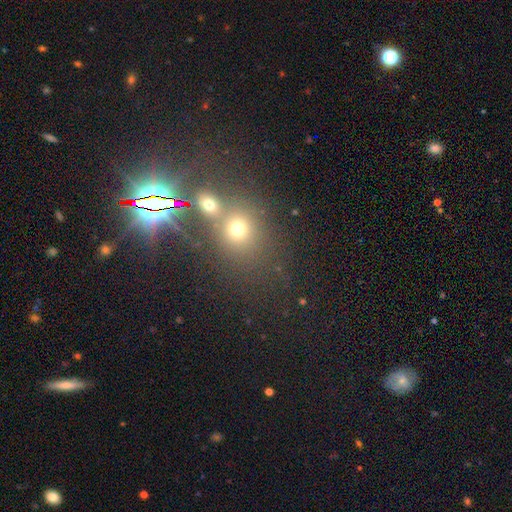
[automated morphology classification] Smooth or featured: star or artifact — 51% (smooth — 39%)